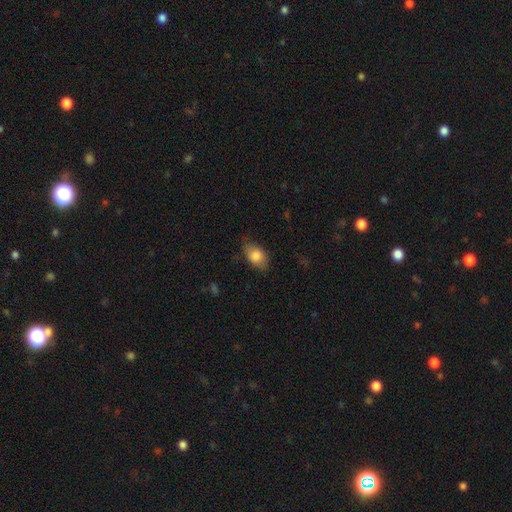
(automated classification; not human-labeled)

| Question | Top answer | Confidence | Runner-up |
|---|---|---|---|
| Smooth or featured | smooth | 81% | featured or disk (12%) |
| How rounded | in between | 86% | round (11%) |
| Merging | none | 71% | minor disturbance (22%) |